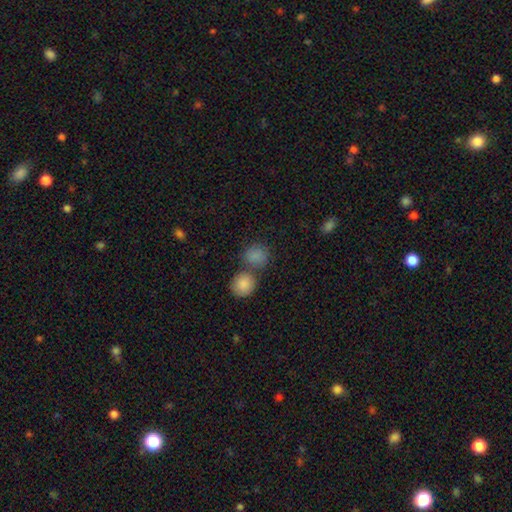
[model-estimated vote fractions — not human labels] smooth-or-featured: smooth: 85% | star or artifact: 10% | featured or disk: 5%
  how-rounded: round: 76% | in between: 22% | cigar-shaped: 1%
  merging: none: 54% | merger: 34% | minor disturbance: 9% | major disturbance: 4%